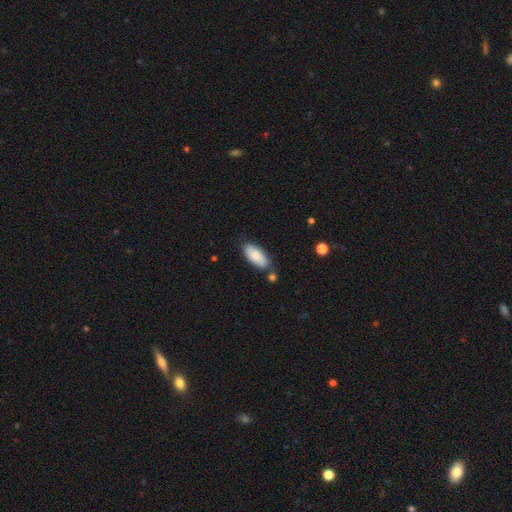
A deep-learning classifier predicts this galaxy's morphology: A smooth galaxy with no disk features (85%) that is in between round and cigar-shaped (86%). Merging: none (73%).